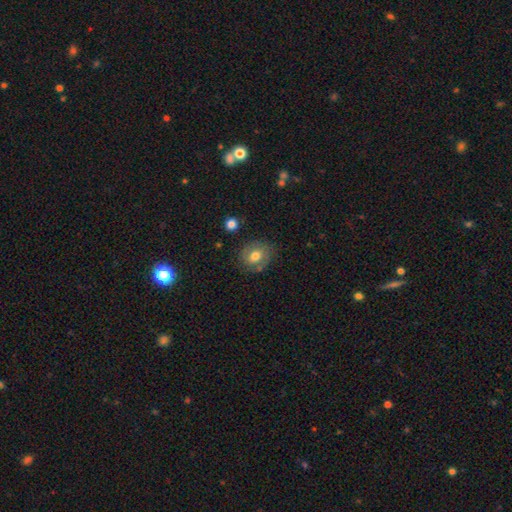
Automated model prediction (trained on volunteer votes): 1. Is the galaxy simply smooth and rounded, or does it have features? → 62% smooth, 29% featured or disk, 9% star or artifact.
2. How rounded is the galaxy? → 63% round, 36% in between, 1% cigar-shaped.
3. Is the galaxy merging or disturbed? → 75% none, 17% minor disturbance, 5% major disturbance, 2% merger.